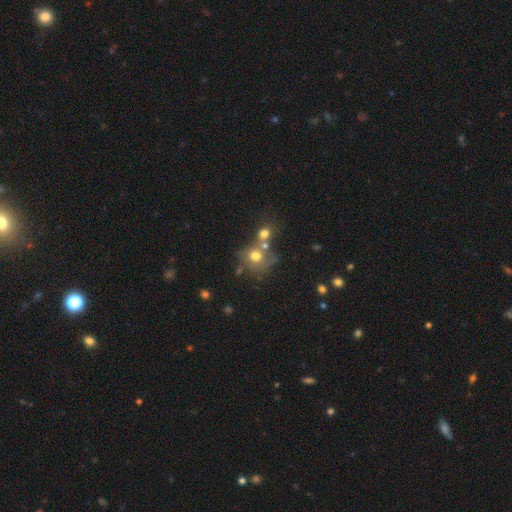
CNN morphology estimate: Q: Smooth or featured?
A: smooth (65%); runner-up: featured or disk (20%)
Q: How rounded?
A: round (79%); runner-up: in between (20%)
Q: Merging?
A: merger (40%); tied with: none (40%)